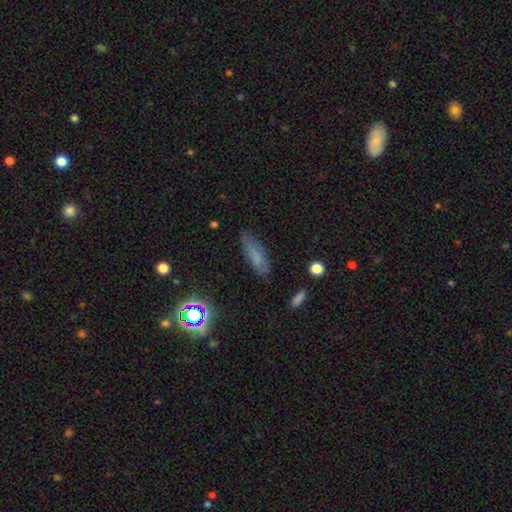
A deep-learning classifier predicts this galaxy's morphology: Smooth or featured?
  - smooth: 69% *
  - featured or disk: 18%
  - star or artifact: 13%
How rounded?
  - in between: 52% *
  - cigar-shaped: 45%
  - round: 3%
Merging?
  - none: 78% *
  - minor disturbance: 16%
  - major disturbance: 4%
  - merger: 2%